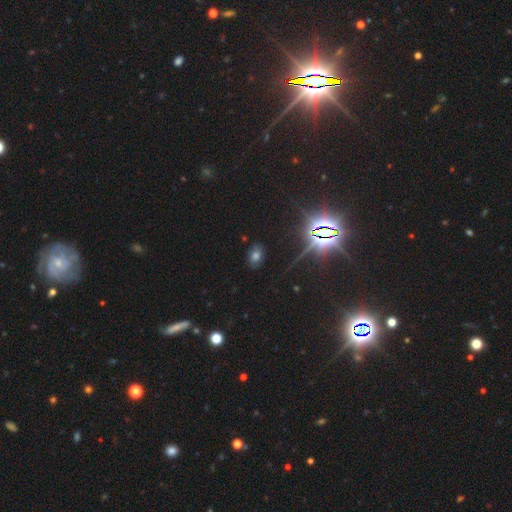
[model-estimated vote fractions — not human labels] smooth_or_featured: smooth (p=0.47) [alt: star or artifact p=0.40]
merging: none (p=0.83) [alt: minor disturbance p=0.11]